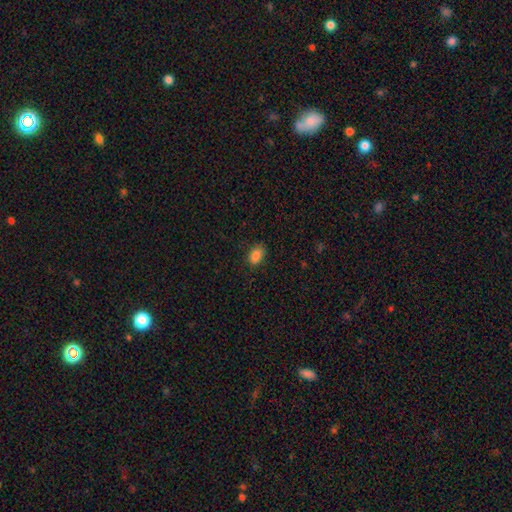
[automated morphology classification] smooth_or_featured: smooth (p=0.86) [alt: star or artifact p=0.10]
how_rounded: in between (p=0.87) [alt: round p=0.11]
merging: none (p=0.82) [alt: minor disturbance p=0.14]